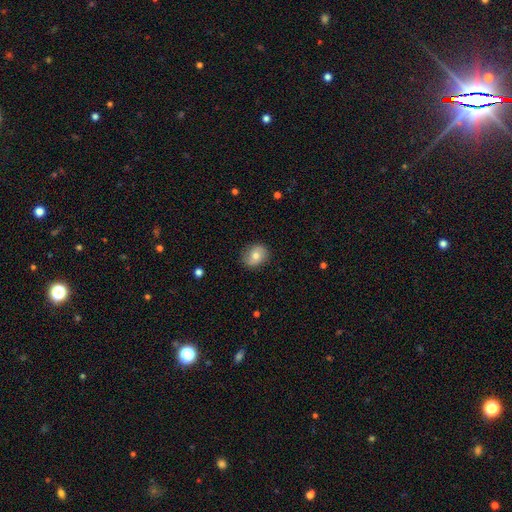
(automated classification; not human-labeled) A smooth galaxy with no disk features (69%) that is round (61%).

Vote fractions:
- Smooth or featured? smooth: 69% / featured or disk: 23% / star or artifact: 9%
- How rounded? round: 61% / in between: 38% / cigar-shaped: 1%
- Merging? none: 83% / minor disturbance: 13% / major disturbance: 3% / merger: 1%